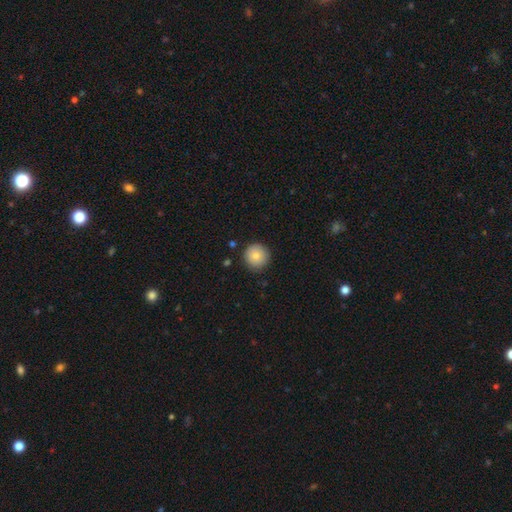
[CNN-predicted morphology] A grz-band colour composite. It shows a smooth galaxy with no disk features (84%) that is round (96%). Merging: none (89%).